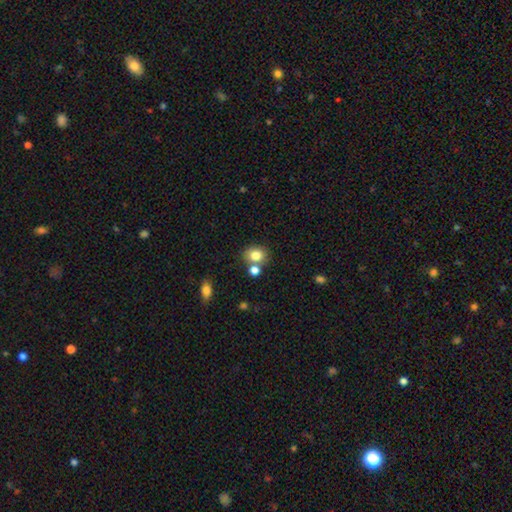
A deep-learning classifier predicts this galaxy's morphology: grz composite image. It shows a smooth galaxy with no disk features (81%) that is round (64%). Merging: none (64%).